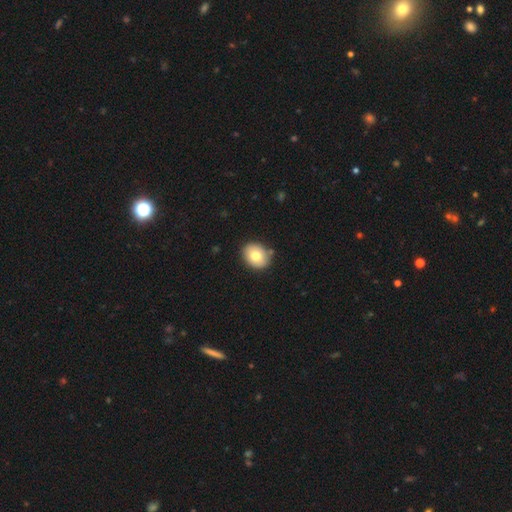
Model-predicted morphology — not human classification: smooth-or-featured: smooth: 76% | featured or disk: 16% | star or artifact: 8%
  how-rounded: in between: 51% | round: 48% | cigar-shaped: 1%
  merging: none: 83% | minor disturbance: 11% | merger: 3% | major disturbance: 2%